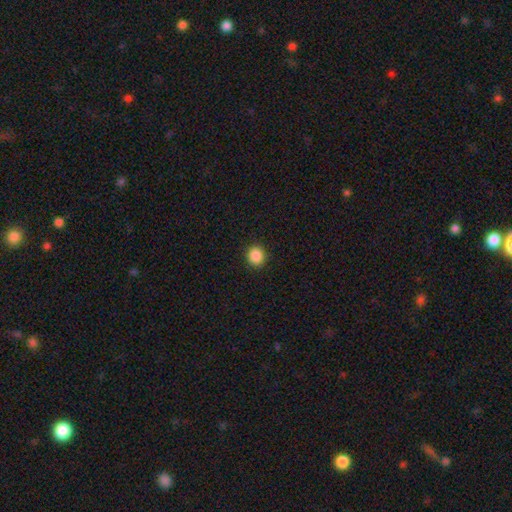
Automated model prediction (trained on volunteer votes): smooth-or-featured: smooth: 88% | star or artifact: 10% | featured or disk: 3%
  how-rounded: round: 88% | in between: 11% | cigar-shaped: 1%
  merging: none: 92% | minor disturbance: 5% | major disturbance: 2% | merger: 1%